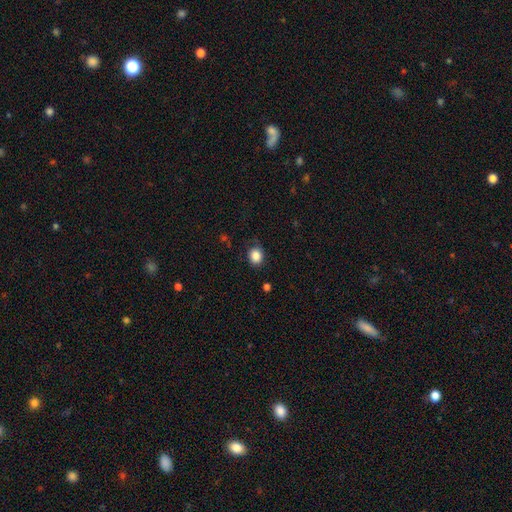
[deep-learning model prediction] smooth 86%, star or artifact 10%, featured or disk 5%. Down the decision tree: how rounded — round (65%); merging — none (82%).